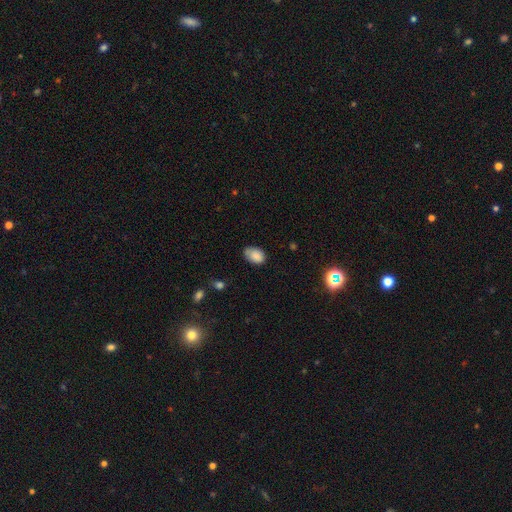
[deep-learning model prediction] A smooth galaxy with no disk features (85%) that is in between round and cigar-shaped (83%).

Vote fractions:
- Smooth or featured? smooth: 85% / star or artifact: 9% / featured or disk: 7%
- How rounded? in between: 83% / round: 16% / cigar-shaped: 1%
- Merging? none: 63% / minor disturbance: 29% / major disturbance: 6% / merger: 2%